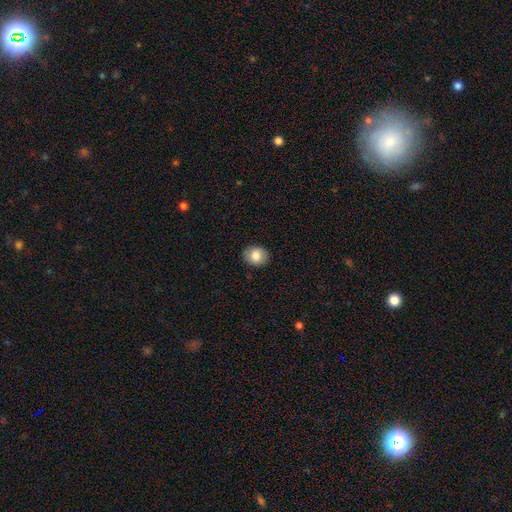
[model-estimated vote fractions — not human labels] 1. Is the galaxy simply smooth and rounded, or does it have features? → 82% smooth, 10% featured or disk, 8% star or artifact.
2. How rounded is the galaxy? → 58% round, 41% in between, 1% cigar-shaped.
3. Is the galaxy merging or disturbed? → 88% none, 9% minor disturbance, 2% major disturbance, 1% merger.